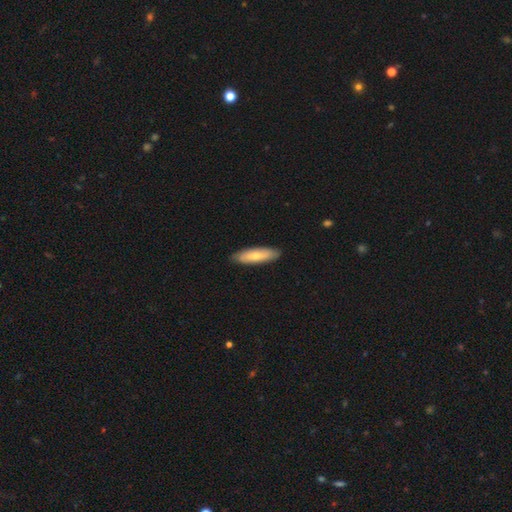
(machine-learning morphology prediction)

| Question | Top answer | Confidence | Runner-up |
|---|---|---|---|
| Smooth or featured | smooth | 69% | featured or disk (26%) |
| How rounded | cigar-shaped | 56% | in between (43%) |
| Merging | none | 88% | minor disturbance (10%) |